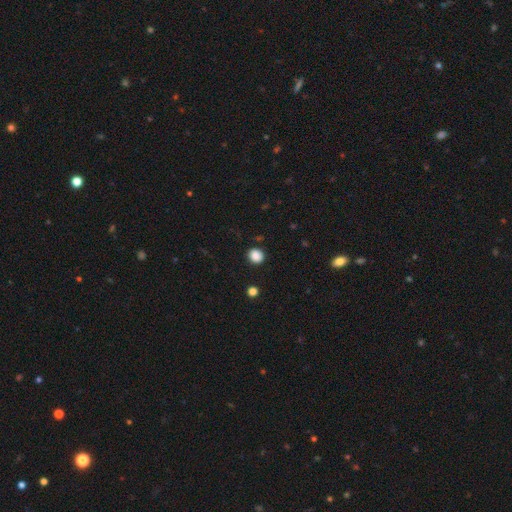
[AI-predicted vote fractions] This is clearly a smooth galaxy (87%). How rounded: likely round (78%). Merging: clearly none (89%).